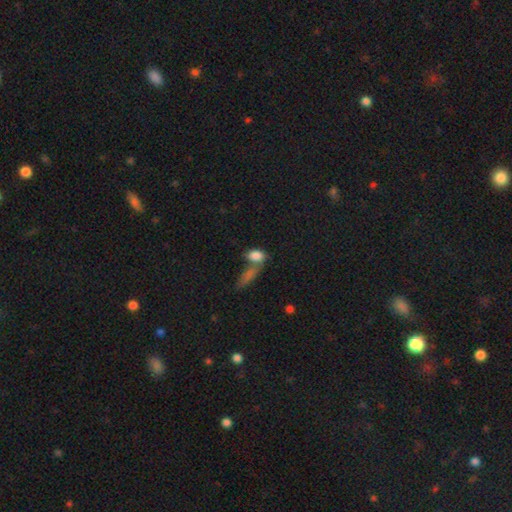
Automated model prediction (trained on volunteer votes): Smooth or featured? smooth (81%)
How rounded? in between (82%)
Merging? merger (43%)